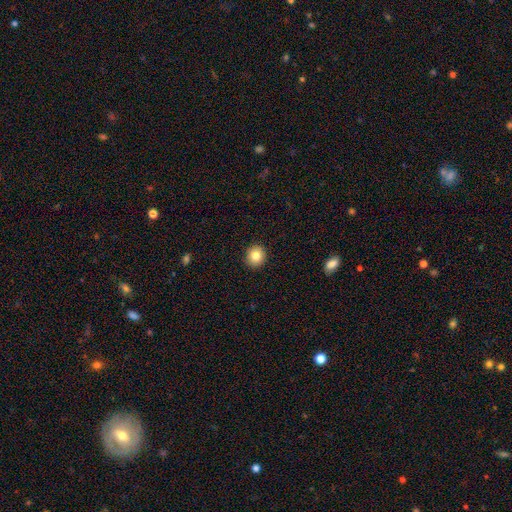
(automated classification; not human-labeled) Overall: smooth (82%). How rounded: round (85%). Merging: none (92%).